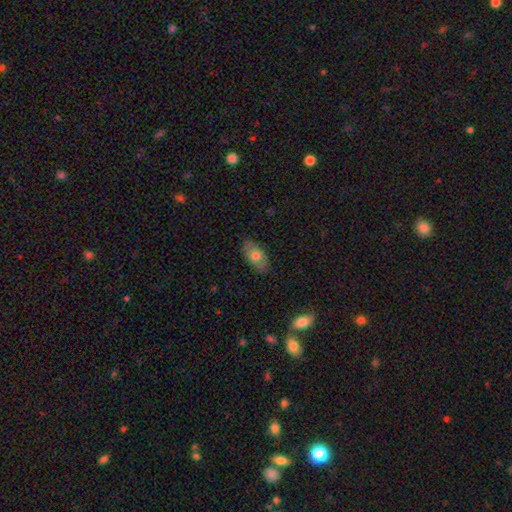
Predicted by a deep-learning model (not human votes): A smooth galaxy with no disk features (64%) that is in between round and cigar-shaped (91%). Merging: none (82%).